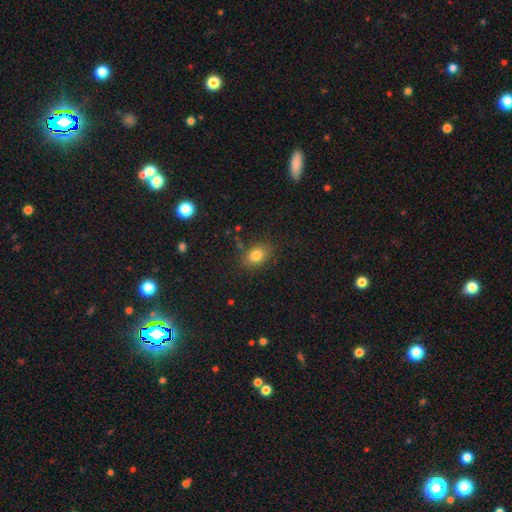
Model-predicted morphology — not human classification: Q: Smooth or featured?
A: smooth (81%); runner-up: star or artifact (11%)
Q: How rounded?
A: in between (66%); runner-up: round (33%)
Q: Merging?
A: none (83%); runner-up: minor disturbance (12%)